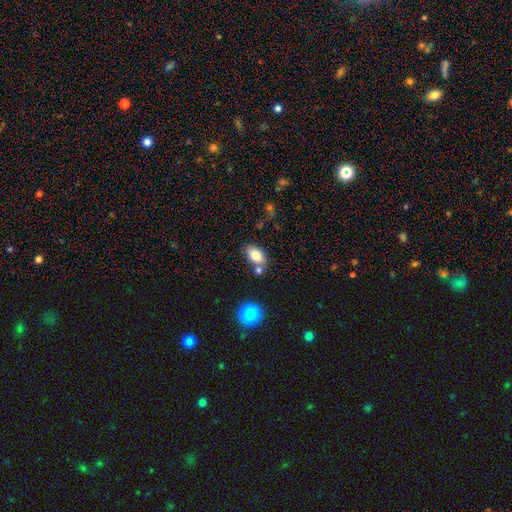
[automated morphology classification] smooth-or-featured: smooth: 80% | featured or disk: 12% | star or artifact: 9%
  how-rounded: in between: 88% | round: 10% | cigar-shaped: 2%
  merging: none: 65% | merger: 17% | minor disturbance: 14% | major disturbance: 4%